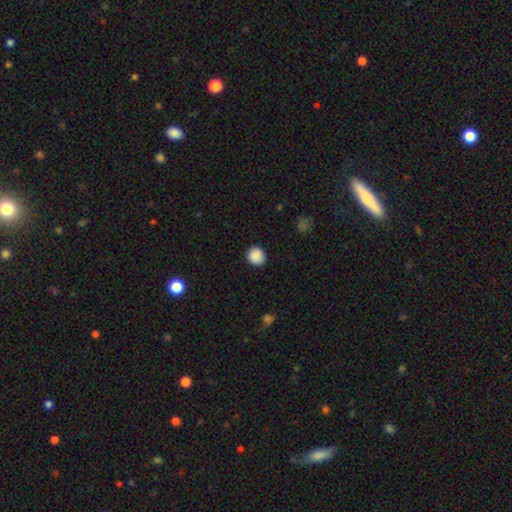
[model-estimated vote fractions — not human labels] This appears to be a smooth galaxy with no disk features (89%) that is round (91%). Merging: none (90%).